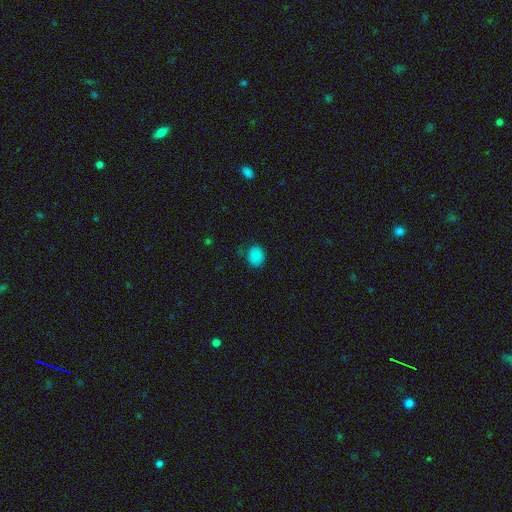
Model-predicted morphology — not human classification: type=smooth (84%); roundness=round (58%); merging=none (78%).